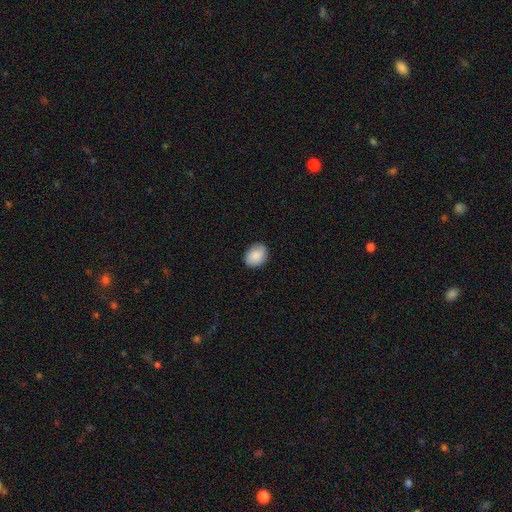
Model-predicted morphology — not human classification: smooth-or-featured: smooth: 88% | star or artifact: 7% | featured or disk: 5%
  how-rounded: in between: 61% | round: 38% | cigar-shaped: 1%
  merging: none: 84% | minor disturbance: 13% | major disturbance: 2% | merger: 1%